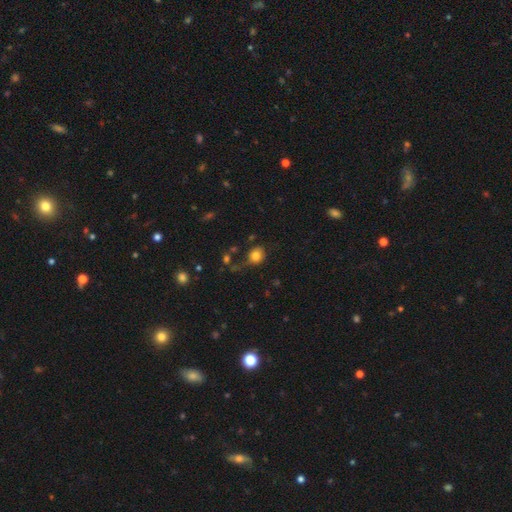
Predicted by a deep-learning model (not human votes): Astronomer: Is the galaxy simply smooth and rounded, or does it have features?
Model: smooth — 82%.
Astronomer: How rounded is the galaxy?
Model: round — 72%.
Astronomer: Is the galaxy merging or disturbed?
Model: none — 61%.